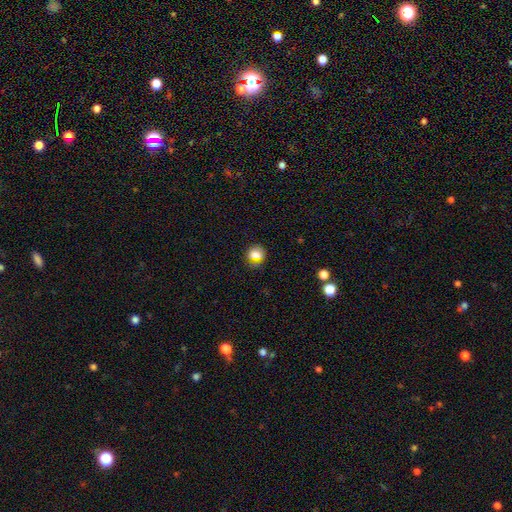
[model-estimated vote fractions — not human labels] Smooth or featured?
  - smooth: 73% *
  - star or artifact: 16%
  - featured or disk: 11%
How rounded?
  - round: 66% *
  - in between: 32%
  - cigar-shaped: 2%
Merging?
  - none: 75% *
  - minor disturbance: 16%
  - major disturbance: 5%
  - merger: 4%